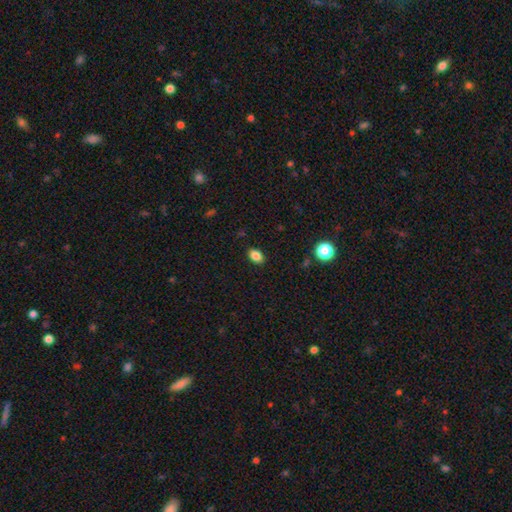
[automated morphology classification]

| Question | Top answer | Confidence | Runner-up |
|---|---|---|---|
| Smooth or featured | smooth | 85% | star or artifact (11%) |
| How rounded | in between | 81% | round (18%) |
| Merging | none | 88% | minor disturbance (8%) |